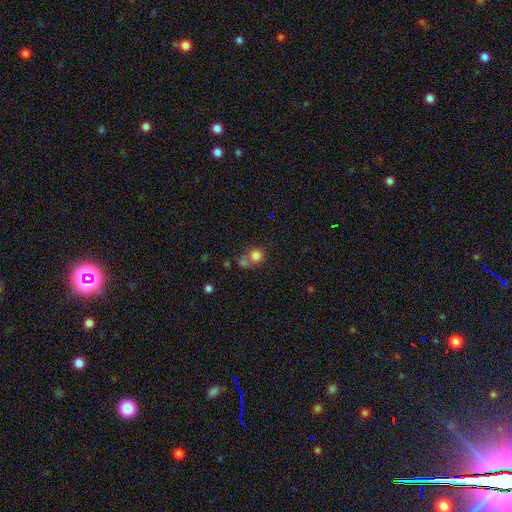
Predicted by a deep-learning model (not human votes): A smooth galaxy with no disk features (78%) that is round (85%). Merging: none (47%).